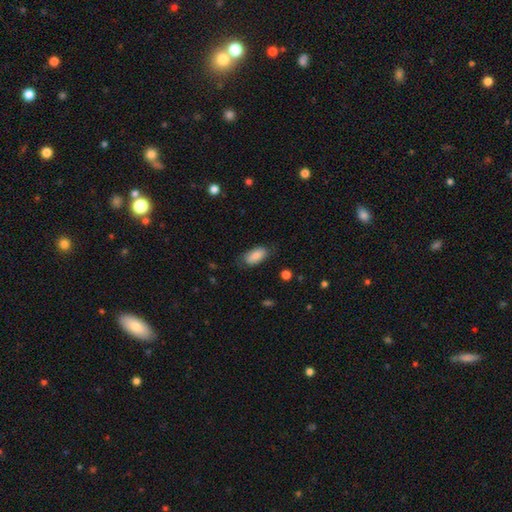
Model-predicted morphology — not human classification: Overall: smooth (83%). How rounded: in between (92%). Merging: none (71%).